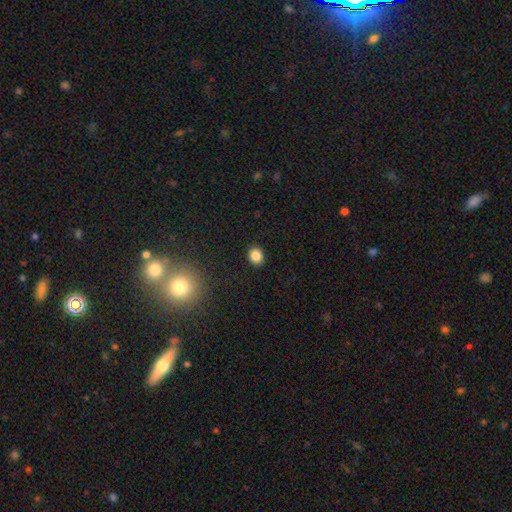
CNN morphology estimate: This is clearly a smooth galaxy (85%). How rounded: likely round (64%). Merging: clearly none (91%).